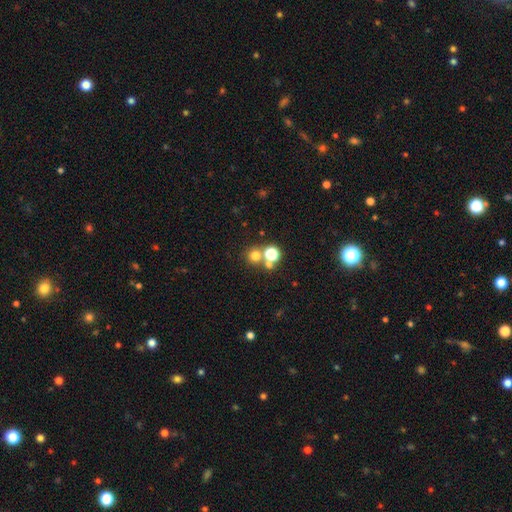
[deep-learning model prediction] smooth 69%, star or artifact 22%, featured or disk 9%. Down the decision tree: how rounded — round (91%); merging — none (63%).